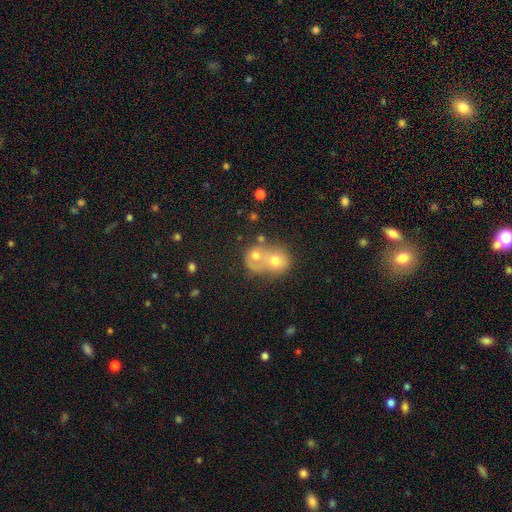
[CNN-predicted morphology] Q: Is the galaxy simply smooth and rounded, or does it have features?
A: smooth — 62%.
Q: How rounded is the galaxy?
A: round — 65%.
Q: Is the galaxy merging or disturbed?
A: merger — 73%.